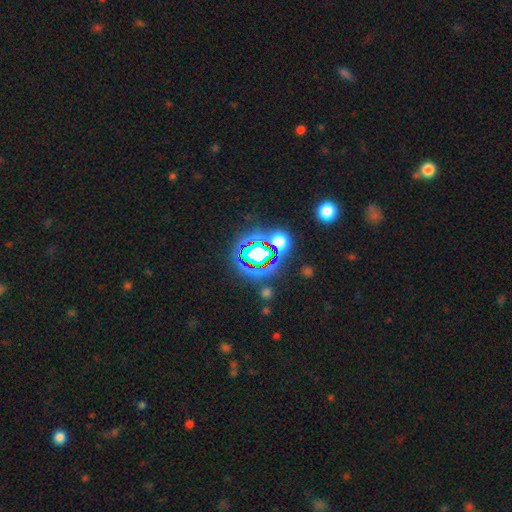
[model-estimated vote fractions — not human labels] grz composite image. It shows a star or artifact, not a galaxy (73%).